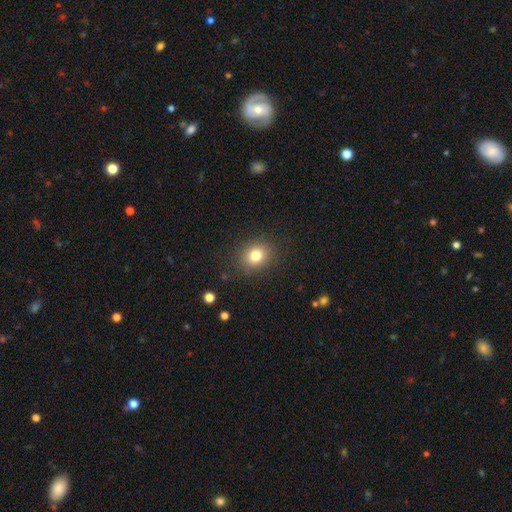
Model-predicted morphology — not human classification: This is likely a smooth galaxy (79%). How rounded: likely round (70%). Merging: clearly none (87%).